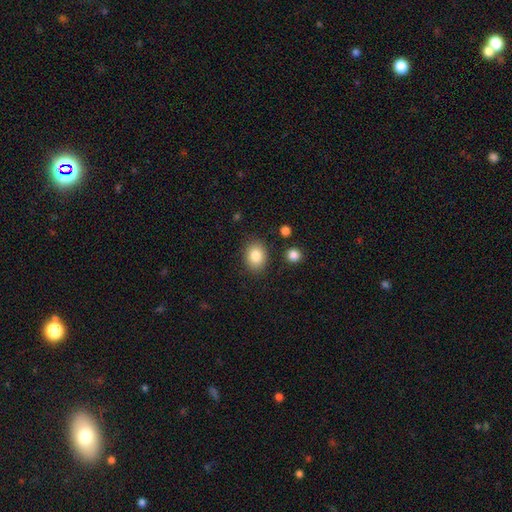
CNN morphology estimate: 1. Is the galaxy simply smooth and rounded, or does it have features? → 83% smooth, 9% star or artifact, 8% featured or disk.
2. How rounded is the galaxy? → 55% in between, 44% round, 1% cigar-shaped.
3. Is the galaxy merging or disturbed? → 86% none, 9% minor disturbance, 3% major disturbance, 2% merger.